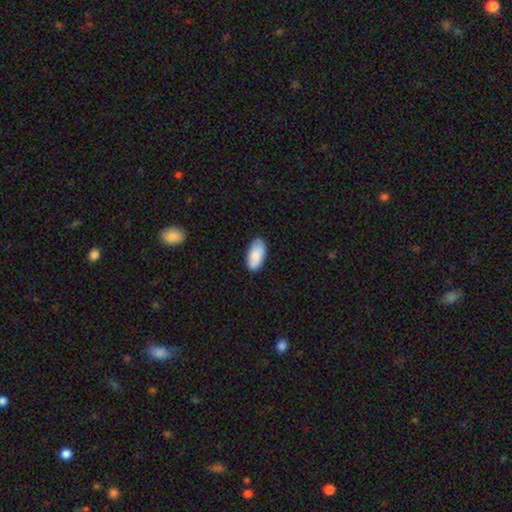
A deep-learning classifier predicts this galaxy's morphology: type=smooth (88%); roundness=in between (94%); merging=none (86%).